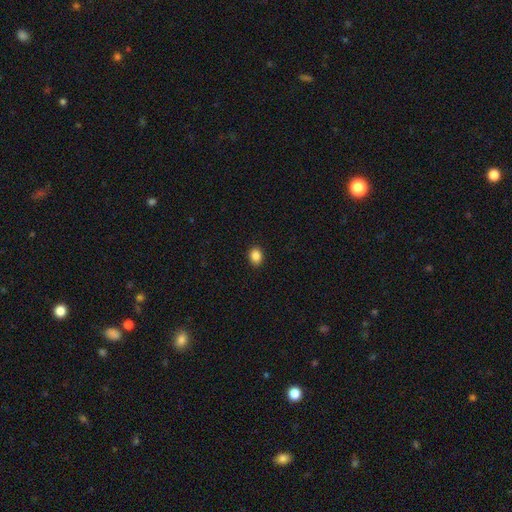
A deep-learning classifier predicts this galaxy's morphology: A smooth galaxy with no disk features (87%) that is in between round and cigar-shaped (55%). Merging: none (91%).